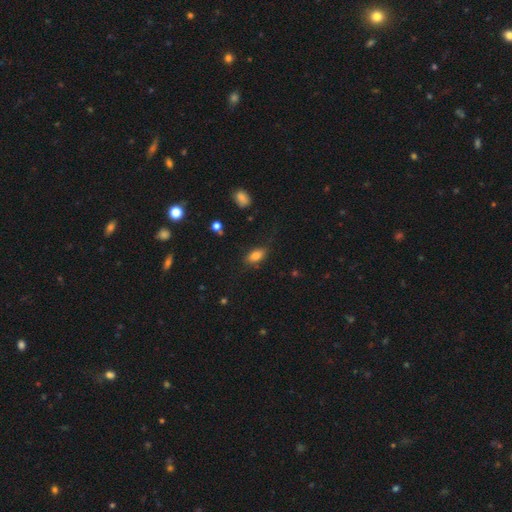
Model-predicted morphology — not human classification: This appears to be a smooth galaxy with no disk features (82%) that is in between round and cigar-shaped (89%). Merging: none (77%).